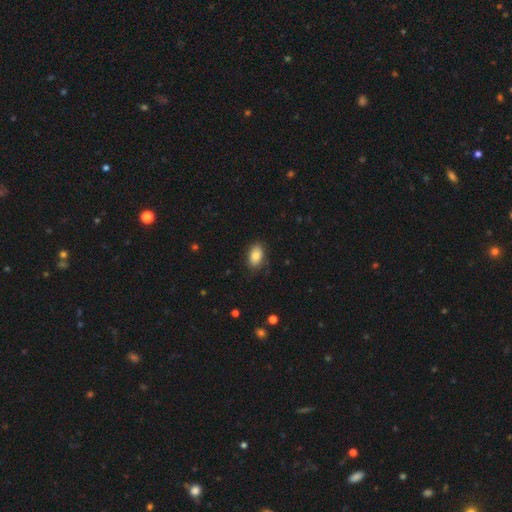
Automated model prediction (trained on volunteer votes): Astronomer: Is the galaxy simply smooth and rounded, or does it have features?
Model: smooth — 83%.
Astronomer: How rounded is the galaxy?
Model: in between — 91%.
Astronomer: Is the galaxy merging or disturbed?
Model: none — 80%.